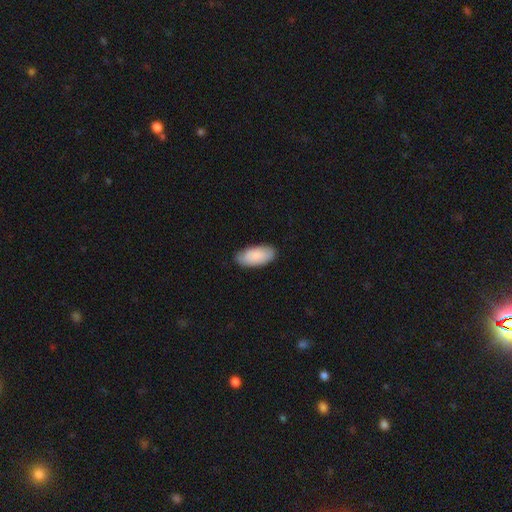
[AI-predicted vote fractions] Overall: smooth (85%). How rounded: in between (93%). Merging: none (83%).